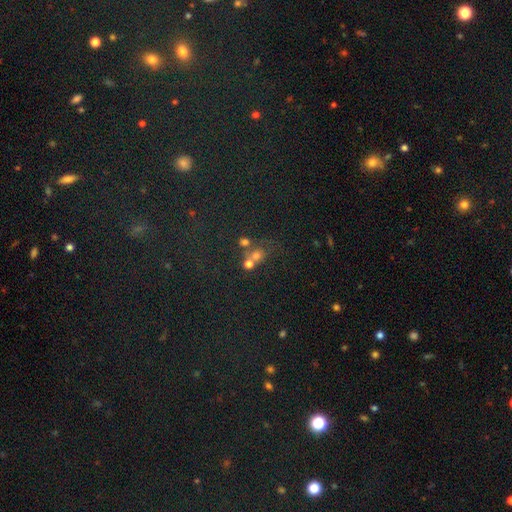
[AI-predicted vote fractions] Smooth or featured? Predicted: smooth (p=0.57). How rounded? Predicted: round (p=0.76). Merging? Predicted: merger (p=0.49).